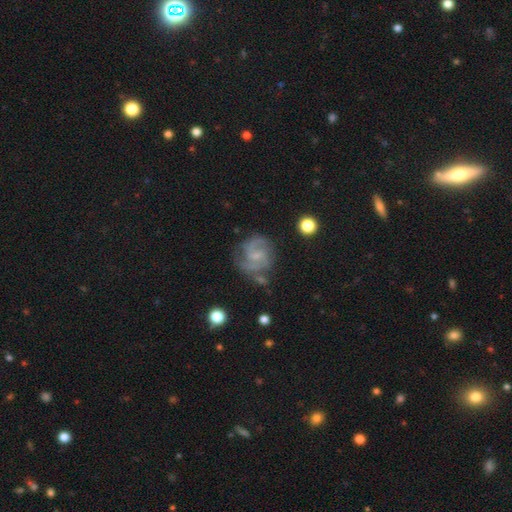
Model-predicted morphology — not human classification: This is clearly a featured or disk galaxy (82%). It is clearly not viewed edge-on (98%). Bar: possibly weak (48%). Spiral arm pattern: clearly yes (95%). Spiral arm count: likely 2 (64%). Spiral winding: possibly medium (52%). Central bulge: likely small (65%). Merging: likely none (63%).